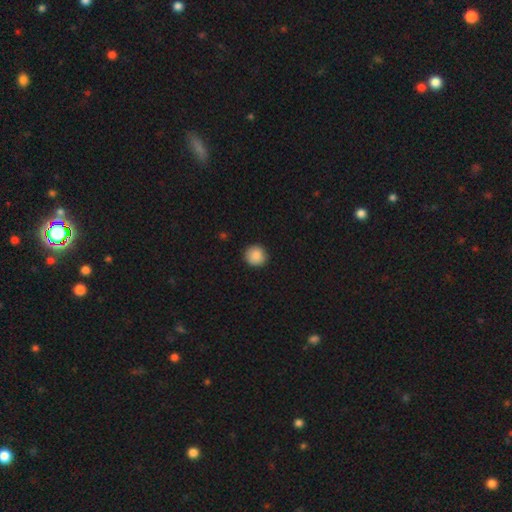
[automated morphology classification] A smooth galaxy with no disk features (88%) that is round (94%). Merging: none (91%).